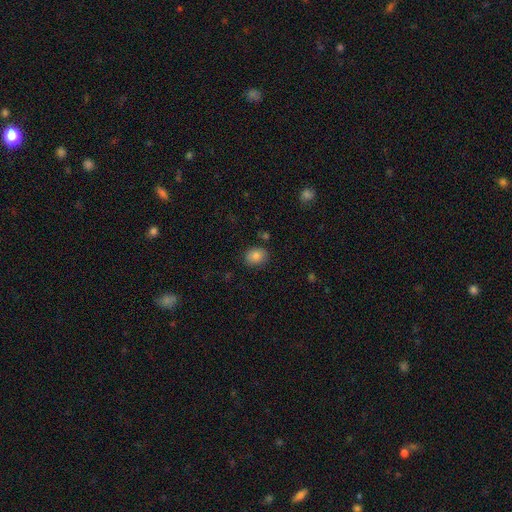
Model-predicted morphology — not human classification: A smooth galaxy with no disk features (84%) that is in between round and cigar-shaped (50%). Merging: none (83%).